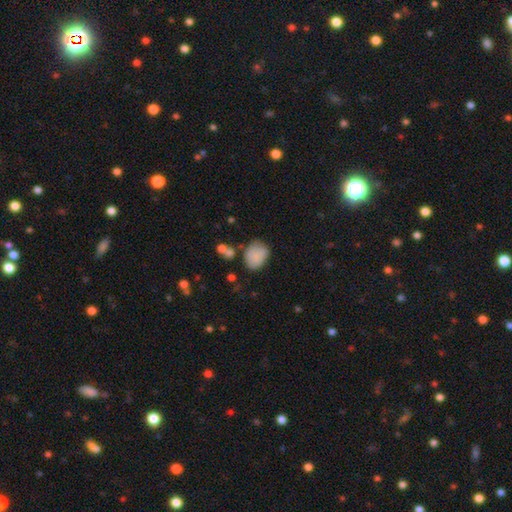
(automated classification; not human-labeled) The model was most divided on "how rounded": in between: 63%, round: 36%, cigar-shaped: 1%. More confident: smooth or featured — smooth (83%); merging — none (60%).